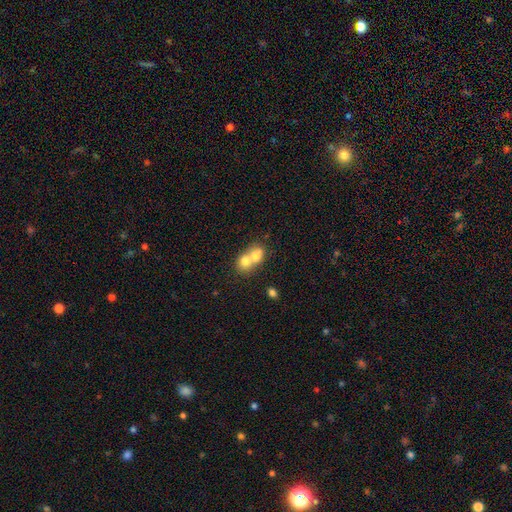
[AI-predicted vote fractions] Q: Smooth or featured?
A: smooth (70%); runner-up: featured or disk (21%)
Q: How rounded?
A: round (60%); runner-up: in between (39%)
Q: Merging?
A: merger (76%); runner-up: none (17%)